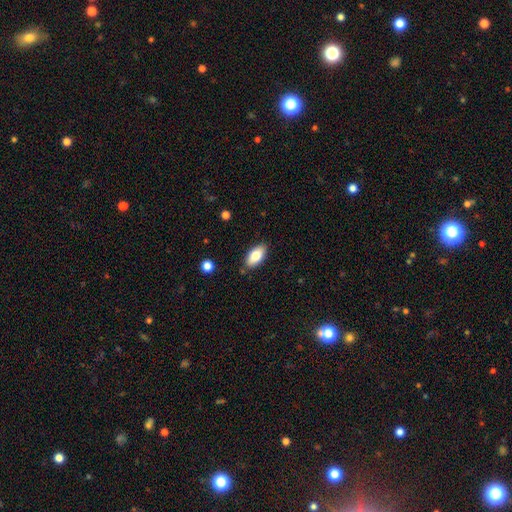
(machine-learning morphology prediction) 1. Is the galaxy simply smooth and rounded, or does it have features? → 77% smooth, 16% featured or disk, 7% star or artifact.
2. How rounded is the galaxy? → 91% in between, 6% cigar-shaped, 3% round.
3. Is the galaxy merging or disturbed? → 85% none, 11% minor disturbance, 2% major disturbance, 2% merger.